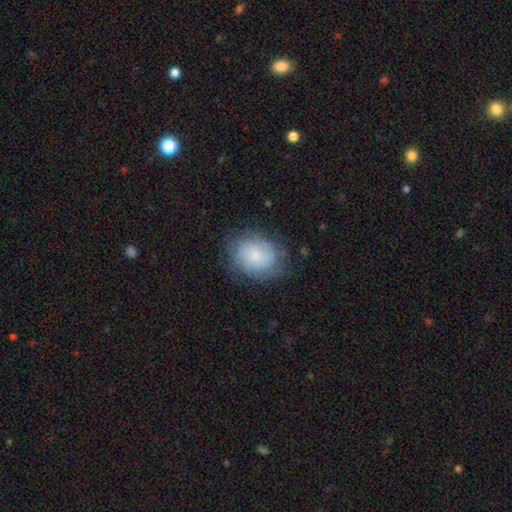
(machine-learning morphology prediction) This appears to be a smooth galaxy with no disk features (67%) that is round (53%). Merging: none (72%).